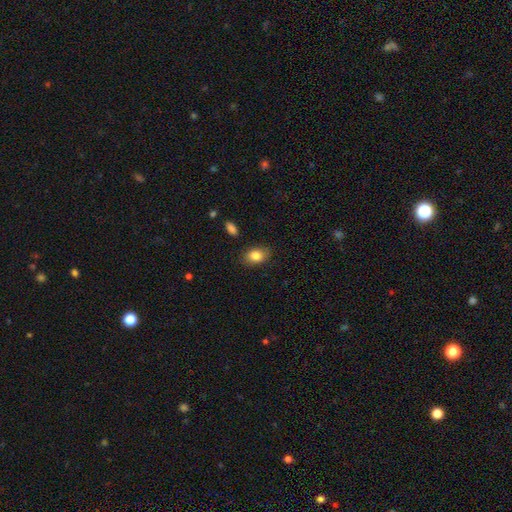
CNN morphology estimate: Smooth or featured? smooth (84%)
How rounded? in between (75%)
Merging? none (84%)